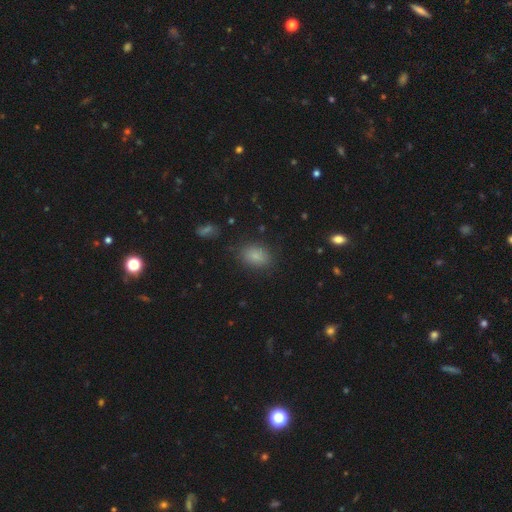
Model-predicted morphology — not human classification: This appears to be a smooth galaxy with no disk features (83%) that is in between round and cigar-shaped (77%). Merging: none (82%).